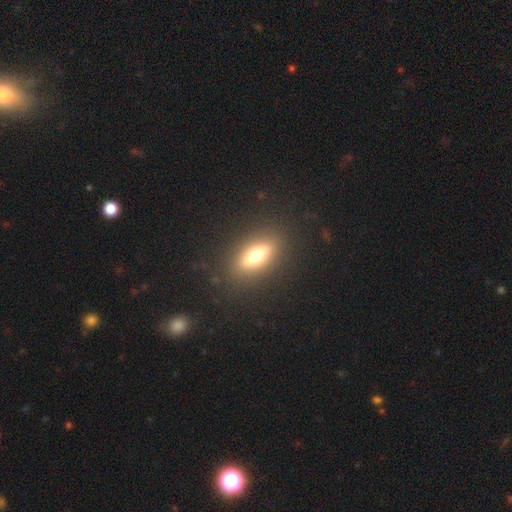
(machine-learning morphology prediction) Smooth or featured: smooth — 57% (featured or disk — 33%)
How rounded: in between — 63% (cigar-shaped — 32%)
Merging: none — 86% (minor disturbance — 9%)